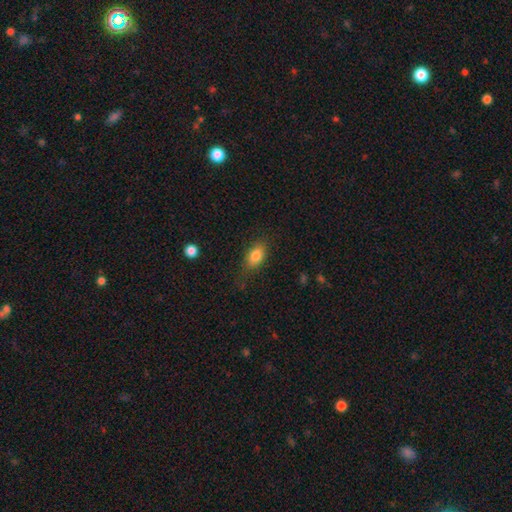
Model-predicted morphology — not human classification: This is clearly a smooth galaxy (83%). How rounded: clearly in between (84%). Merging: likely none (76%).